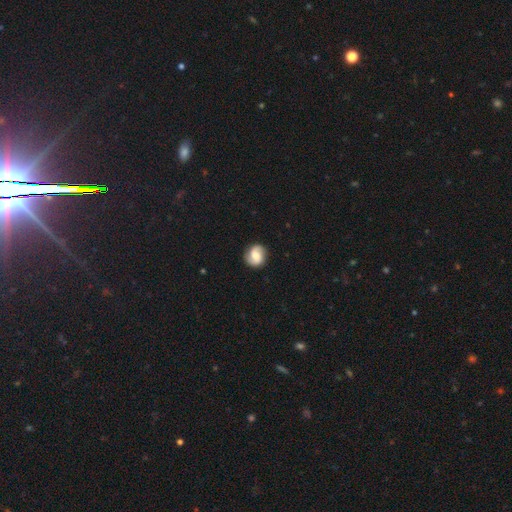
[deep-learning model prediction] A featured or disk galaxy (51%).

Vote fractions:
- Smooth or featured? featured or disk: 51% / smooth: 41% / star or artifact: 8%
- Edge-on disk? no: 98% / yes: 2%
- Merging? none: 84% / minor disturbance: 11% / major disturbance: 3% / merger: 1%